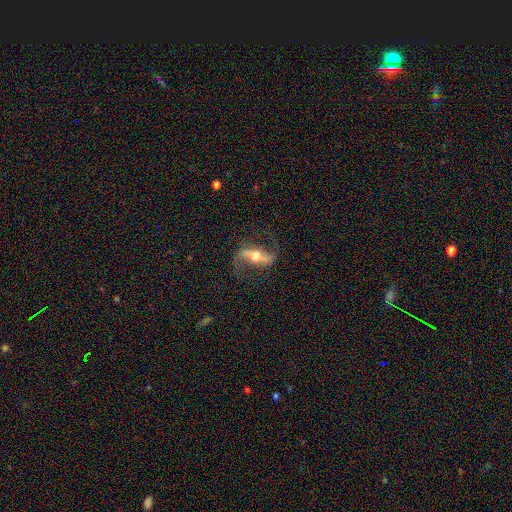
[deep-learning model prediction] The model was most divided on "bar": strong: 50%, weak: 28%, no: 22%. More confident: spiral arms — yes (94%); spiral arm count — 2 (93%); edge-on disk — no (89%); smooth or featured — featured or disk (86%); merging — none (76%); spiral winding — loose (71%); bulge size — moderate (69%).